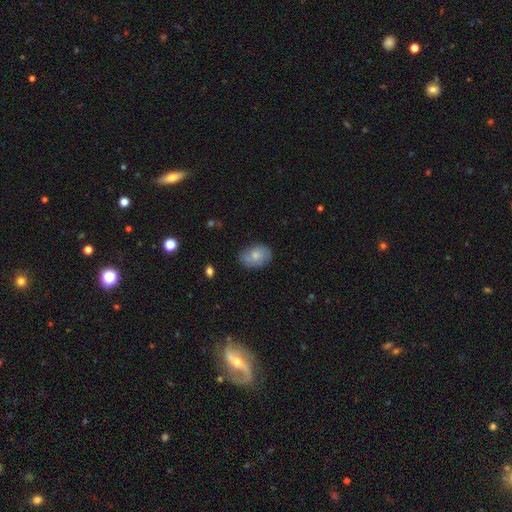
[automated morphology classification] Smooth or featured? smooth (63%)
How rounded? in between (79%)
Merging? none (72%)